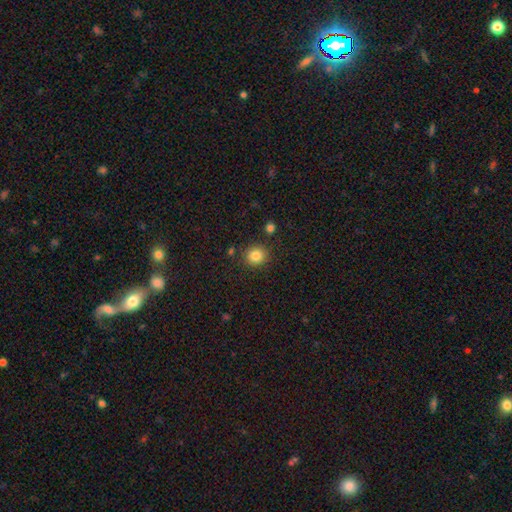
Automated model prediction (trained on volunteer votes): Smooth or featured? Predicted: smooth (p=0.84). How rounded? Predicted: round (p=0.86). Merging? Predicted: none (p=0.87).